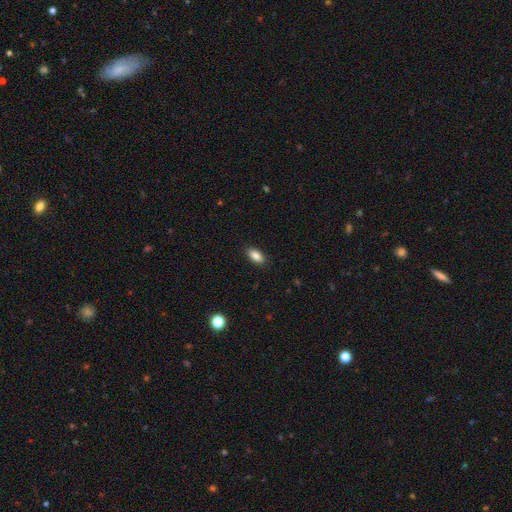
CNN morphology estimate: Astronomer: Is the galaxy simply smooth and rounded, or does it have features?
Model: smooth — 87%.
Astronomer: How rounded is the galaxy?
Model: in between — 90%.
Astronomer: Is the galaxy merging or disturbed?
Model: none — 88%.